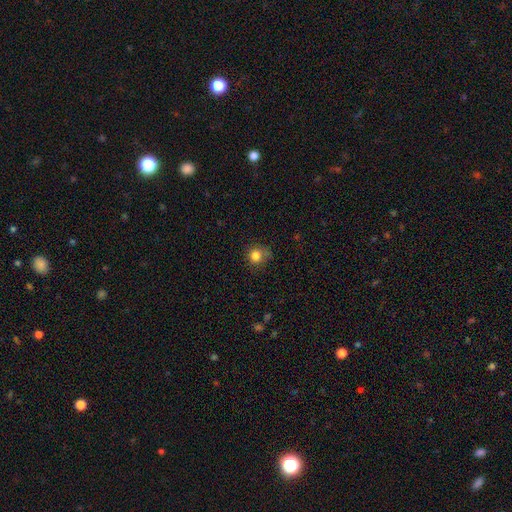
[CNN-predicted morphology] Overall: smooth (81%). How rounded: round (86%). Merging: none (65%).